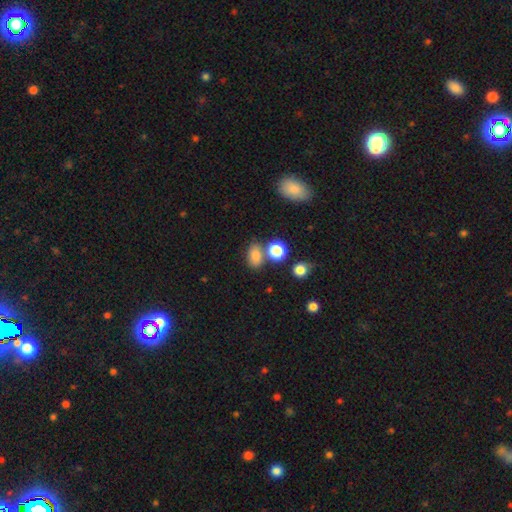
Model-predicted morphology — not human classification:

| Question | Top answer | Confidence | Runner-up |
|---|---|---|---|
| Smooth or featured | smooth | 81% | star or artifact (13%) |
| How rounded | in between | 76% | round (22%) |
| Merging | none | 59% | merger (21%) |